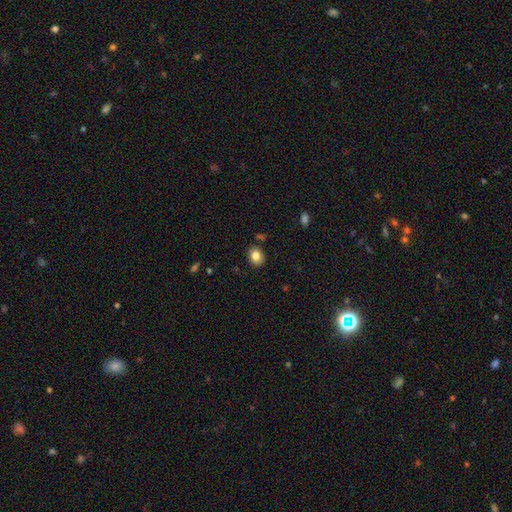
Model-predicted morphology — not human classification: Overall: smooth (82%). How rounded: round (52%; in between 47%). Merging: none (86%).